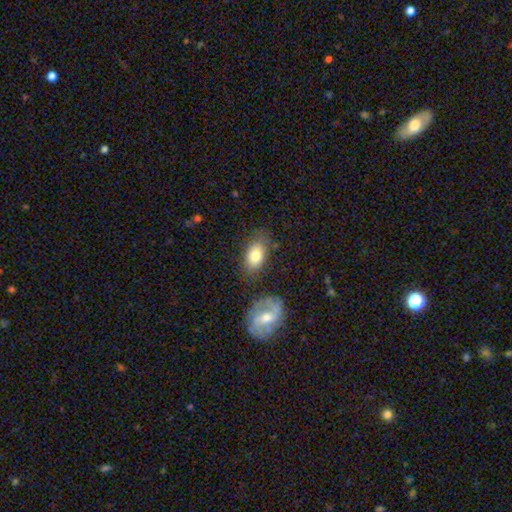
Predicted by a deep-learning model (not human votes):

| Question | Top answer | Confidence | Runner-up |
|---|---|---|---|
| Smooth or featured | smooth | 79% | featured or disk (14%) |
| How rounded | in between | 89% | round (9%) |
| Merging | none | 74% | minor disturbance (16%) |